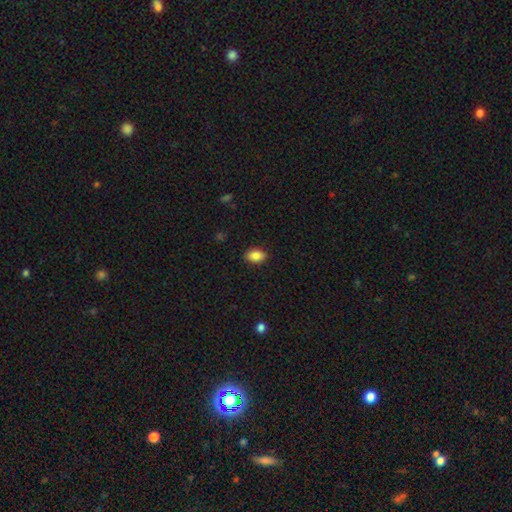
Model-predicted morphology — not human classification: smooth-or-featured: smooth: 87% | star or artifact: 8% | featured or disk: 5%
  how-rounded: in between: 87% | round: 10% | cigar-shaped: 2%
  merging: none: 88% | minor disturbance: 9% | major disturbance: 2% | merger: 1%